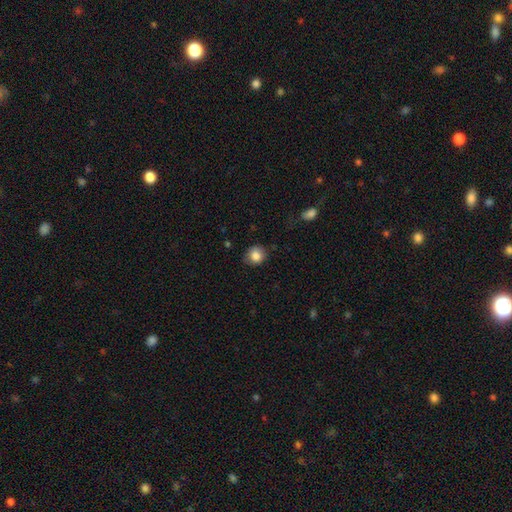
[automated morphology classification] Overall: smooth (84%). How rounded: round (81%). Merging: none (81%).